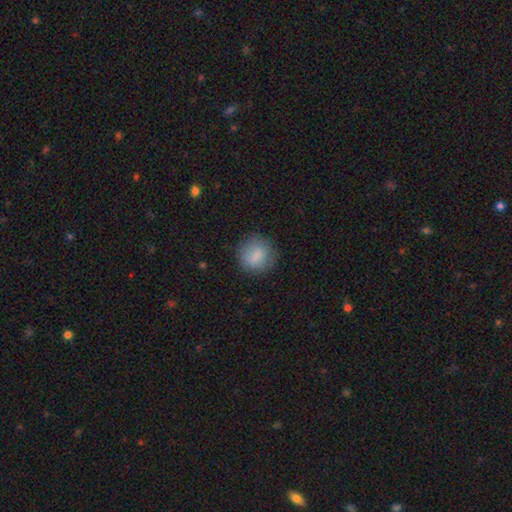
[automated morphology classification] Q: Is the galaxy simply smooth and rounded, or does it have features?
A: smooth — 83%.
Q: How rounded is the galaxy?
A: round — 87%.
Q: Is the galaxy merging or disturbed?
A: none — 79%.